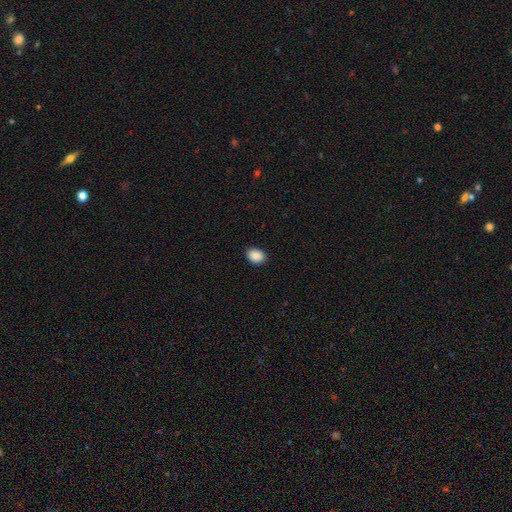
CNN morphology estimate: Smooth or featured? Predicted: smooth (p=0.90). How rounded? Predicted: in between (p=0.67). Merging? Predicted: none (p=0.90).